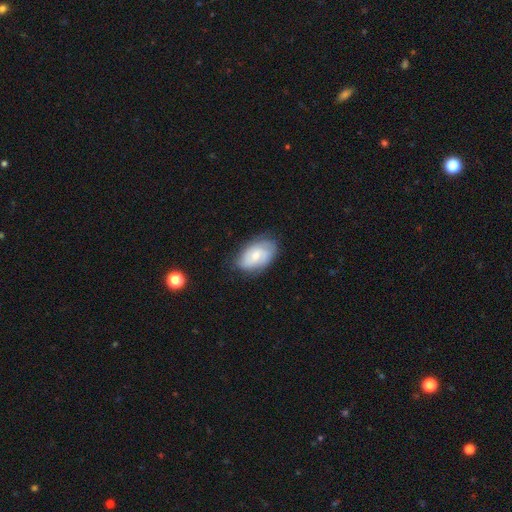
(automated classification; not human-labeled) Smooth or featured?
  - featured or disk: 48% *
  - smooth: 46%
  - star or artifact: 7%
Merging?
  - none: 71% *
  - minor disturbance: 22%
  - major disturbance: 6%
  - merger: 1%